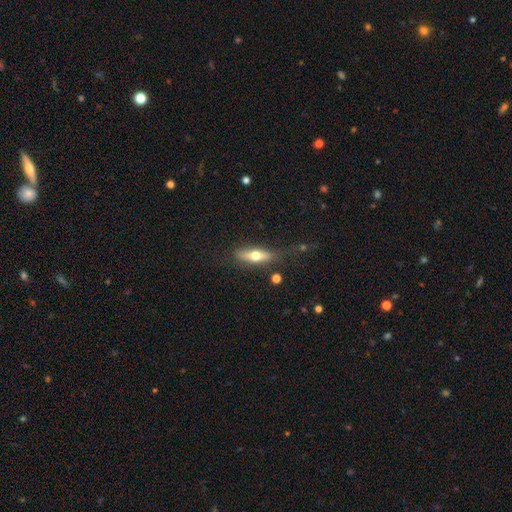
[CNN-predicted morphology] smooth-or-featured: smooth: 53% | featured or disk: 41% | star or artifact: 6%
  how-rounded: cigar-shaped: 58% | in between: 39% | round: 3%
  merging: none: 72% | minor disturbance: 18% | major disturbance: 7% | merger: 3%